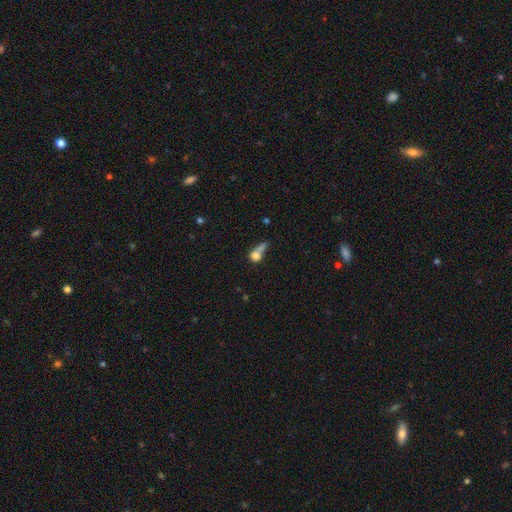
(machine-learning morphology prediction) smooth 68%, featured or disk 20%, star or artifact 12%. Down the decision tree: how rounded — round (52%); merging — merger (42%).